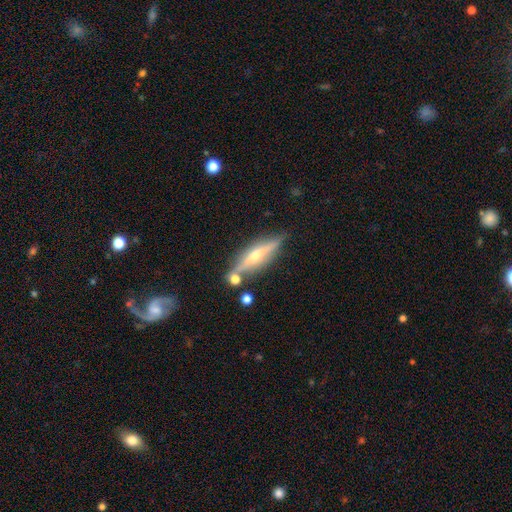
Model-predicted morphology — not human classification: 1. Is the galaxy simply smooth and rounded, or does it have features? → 71% featured or disk, 22% smooth, 7% star or artifact.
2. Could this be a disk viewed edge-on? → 95% yes, 5% no.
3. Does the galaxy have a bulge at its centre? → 86% rounded, 8% none, 6% boxy.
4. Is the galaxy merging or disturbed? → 78% none, 12% minor disturbance, 7% merger, 3% major disturbance.